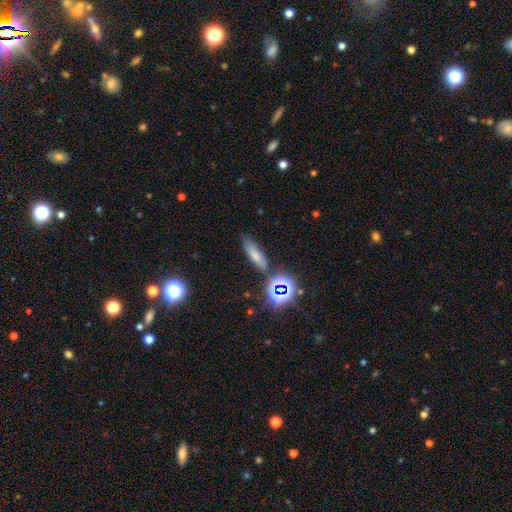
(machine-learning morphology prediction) Overall: smooth (64%). How rounded: cigar-shaped (47%, tied with in between). Merging: none (72%).